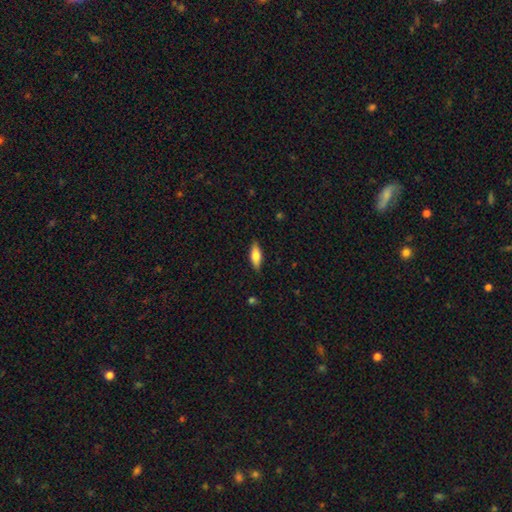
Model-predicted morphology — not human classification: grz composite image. It shows a smooth galaxy with no disk features (67%) that is in between round and cigar-shaped (63%). Merging: none (87%).